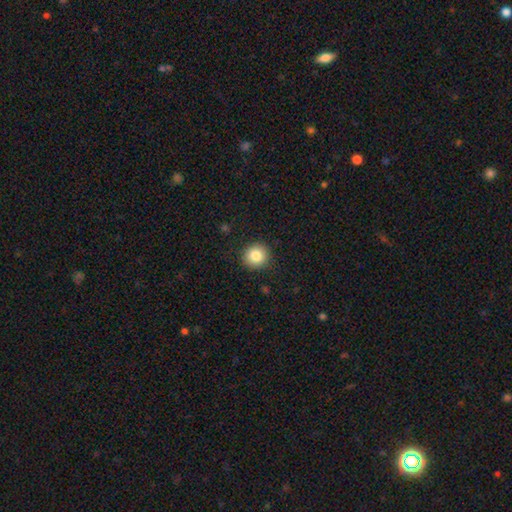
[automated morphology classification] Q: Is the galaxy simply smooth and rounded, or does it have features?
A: smooth — 84%.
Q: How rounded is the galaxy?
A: round — 91%.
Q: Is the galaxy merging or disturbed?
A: none — 91%.